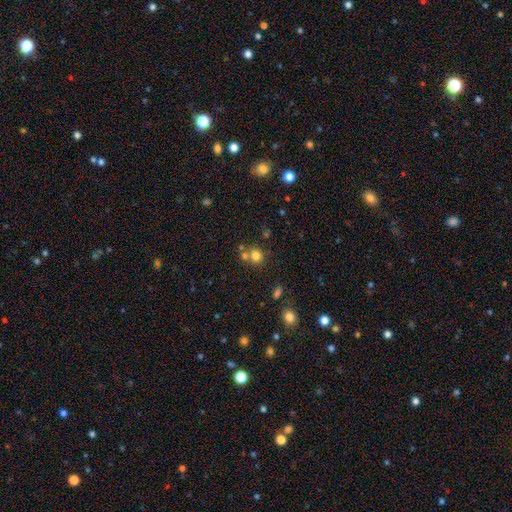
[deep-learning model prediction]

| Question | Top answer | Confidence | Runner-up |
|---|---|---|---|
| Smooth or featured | smooth | 76% | star or artifact (15%) |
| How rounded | round | 85% | in between (14%) |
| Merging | none | 55% | merger (33%) |